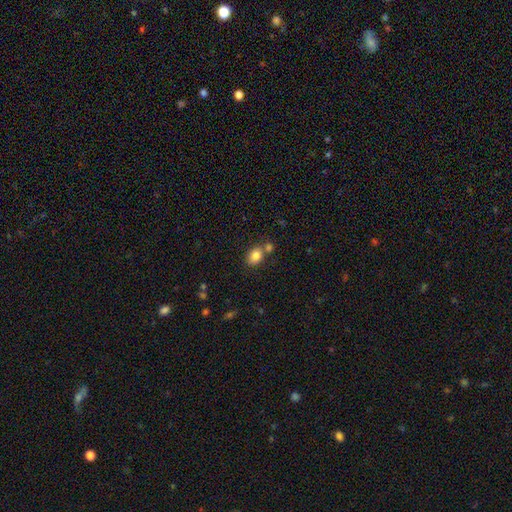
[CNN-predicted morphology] type=smooth (84%); roundness=in between (66%); merging=none (64%).